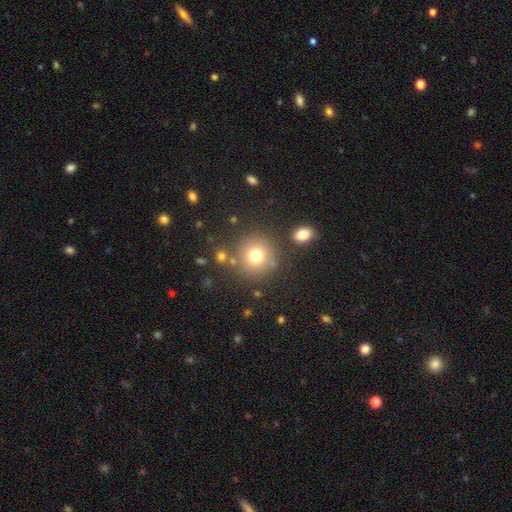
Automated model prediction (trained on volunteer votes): Q: Smooth or featured?
A: smooth (75%); runner-up: star or artifact (14%)
Q: How rounded?
A: round (92%); runner-up: in between (7%)
Q: Merging?
A: none (79%); runner-up: minor disturbance (9%)